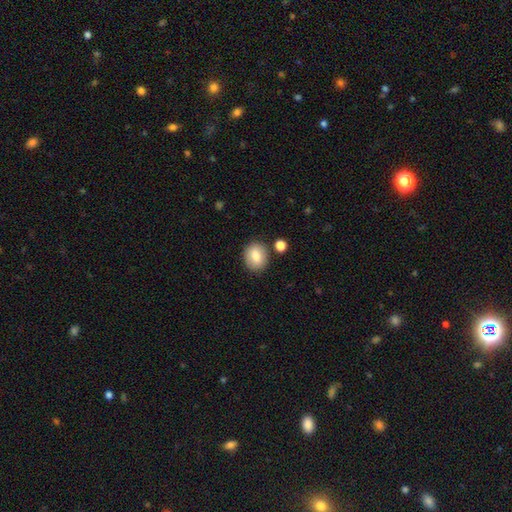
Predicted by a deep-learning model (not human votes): A smooth galaxy with no disk features (82%) that is round (59%).

Vote fractions:
- Smooth or featured? smooth: 82% / featured or disk: 10% / star or artifact: 8%
- How rounded? round: 59% / in between: 40% / cigar-shaped: 1%
- Merging? none: 82% / minor disturbance: 10% / merger: 5% / major disturbance: 3%